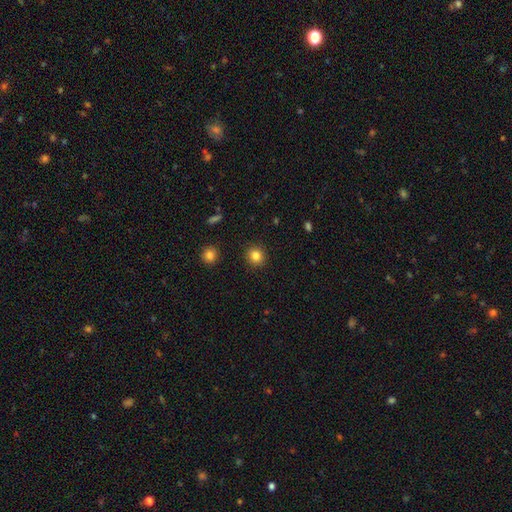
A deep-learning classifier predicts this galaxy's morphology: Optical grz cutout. It shows a smooth galaxy with no disk features (83%) that is round (91%). Merging: none (92%).